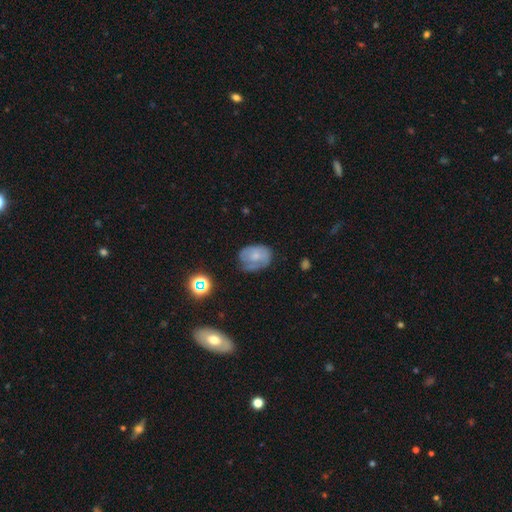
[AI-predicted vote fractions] Smooth or featured?
  - smooth: 53% *
  - featured or disk: 36%
  - star or artifact: 10%
How rounded?
  - in between: 63% *
  - round: 36%
  - cigar-shaped: 1%
Merging?
  - none: 49% *
  - minor disturbance: 32%
  - major disturbance: 16%
  - merger: 3%